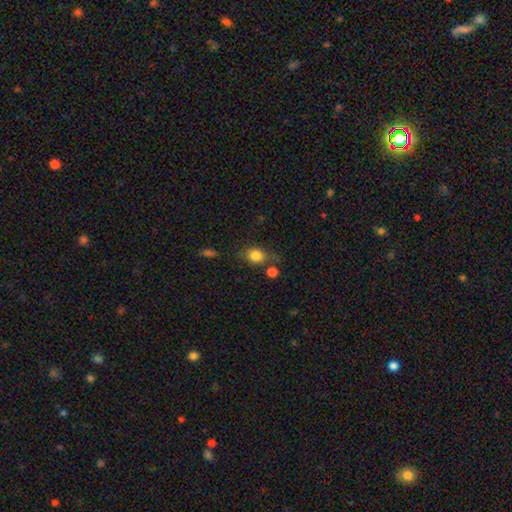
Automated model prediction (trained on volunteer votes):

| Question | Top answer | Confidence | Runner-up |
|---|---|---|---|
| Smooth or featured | smooth | 82% | star or artifact (9%) |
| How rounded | round | 55% | in between (43%) |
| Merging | none | 60% | minor disturbance (20%) |